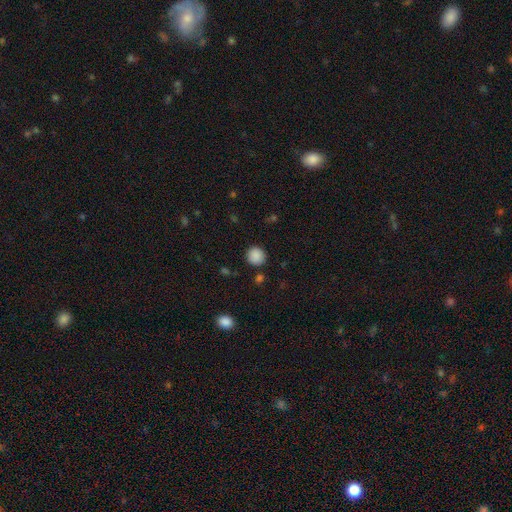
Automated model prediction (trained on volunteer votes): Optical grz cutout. It shows a smooth galaxy with no disk features (88%) that is round (91%). Merging: none (87%).